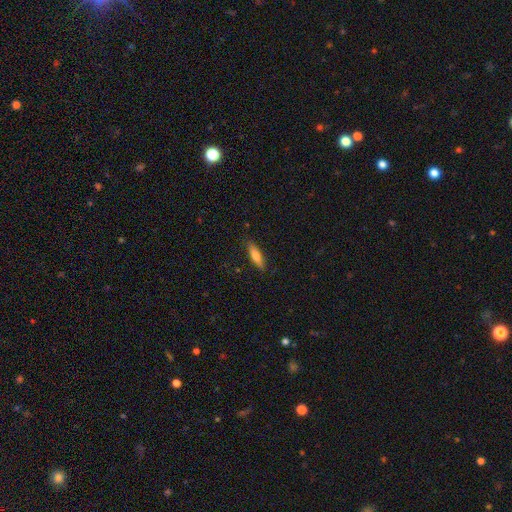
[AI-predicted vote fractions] Smooth or featured? Predicted: smooth (p=0.71). How rounded? Predicted: cigar-shaped (p=0.71). Merging? Predicted: none (p=0.86).